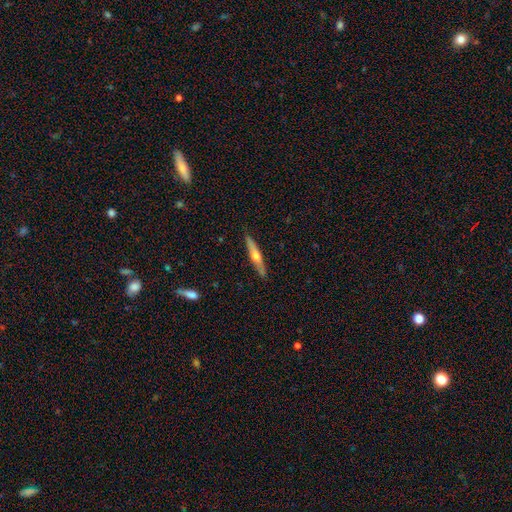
Smooth or featured? 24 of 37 (65%) said featured or disk. Edge-on disk? 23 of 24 (96%) said yes. Edge-on bulge? 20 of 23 (87%) said rounded. Merging? 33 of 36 (92%) said none.